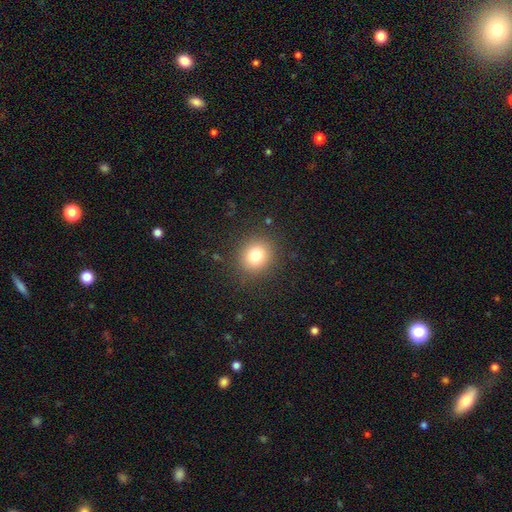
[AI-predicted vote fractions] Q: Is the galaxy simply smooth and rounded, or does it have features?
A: smooth — 79%.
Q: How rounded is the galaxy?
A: round — 84%.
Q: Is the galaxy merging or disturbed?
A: none — 88%.